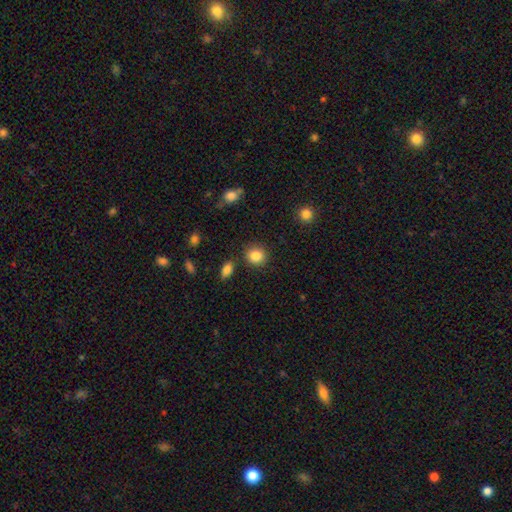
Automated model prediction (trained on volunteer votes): This appears to be a smooth galaxy with no disk features (85%) that is round (86%). Merging: none (87%).